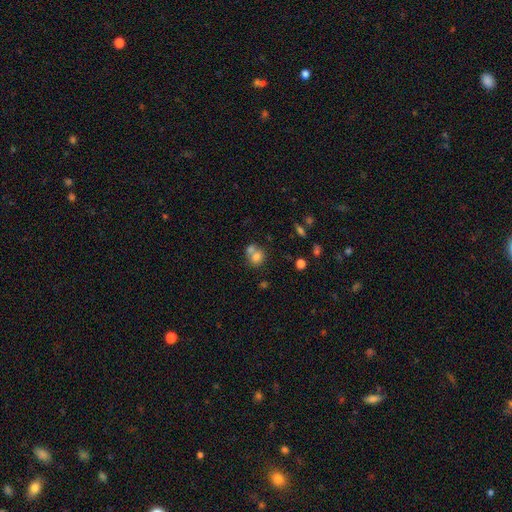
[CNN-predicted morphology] smooth_or_featured: smooth (p=0.74) [alt: featured or disk p=0.14]
how_rounded: round (p=0.62) [alt: in between p=0.37]
merging: merger (p=0.51) [alt: none p=0.36]